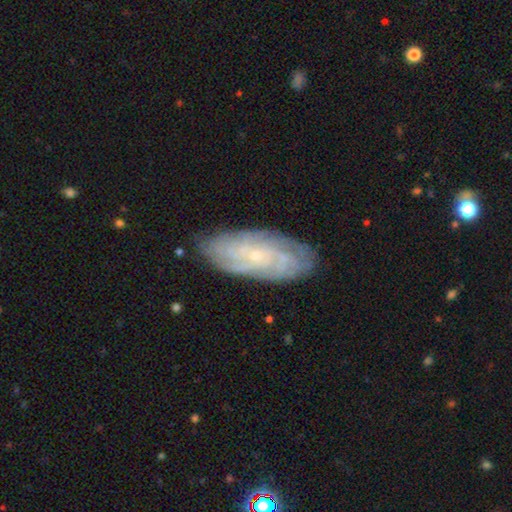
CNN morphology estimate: Overall: featured or disk (79%). Edge-on disk: no (92%). Bar: no (74%). Spiral arms: yes (94%). Spiral arm count: can't tell (40%; 4 21%). Spiral winding: tight (72%). Bulge size: small (83%). Merging: none (82%).